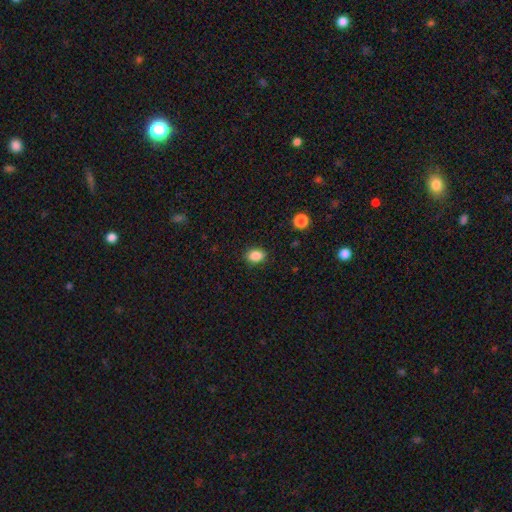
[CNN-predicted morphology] Overall: smooth (87%). How rounded: in between (70%). Merging: none (88%).